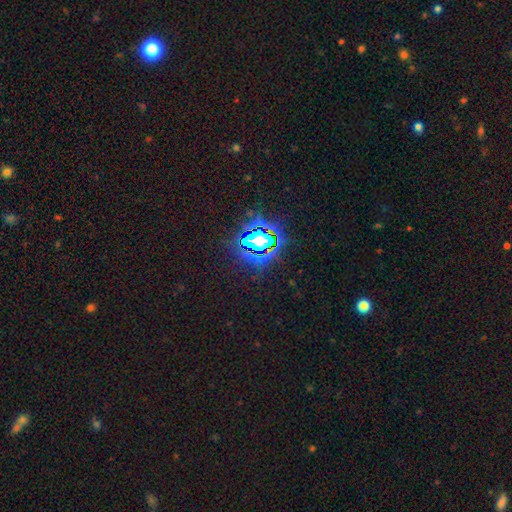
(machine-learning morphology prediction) This appears to be a star or artifact, not a galaxy (84%).